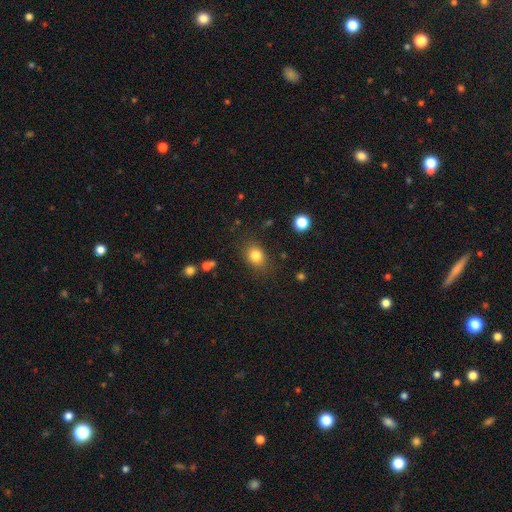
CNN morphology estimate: Overall: smooth (82%). How rounded: round (50%; in between 49%). Merging: none (81%).